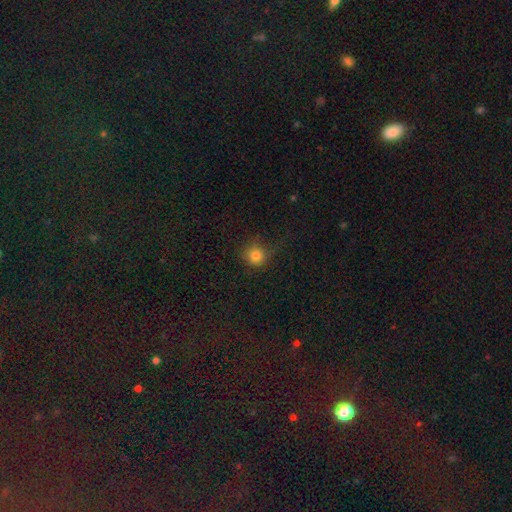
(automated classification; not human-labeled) smooth 81%, star or artifact 13%, featured or disk 6%. Down the decision tree: how rounded — round (92%); merging — none (70%).